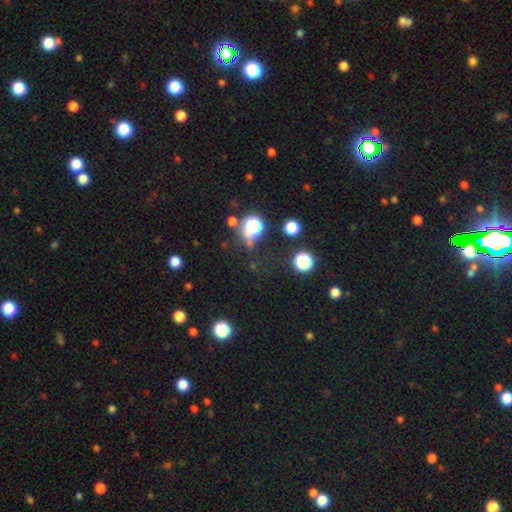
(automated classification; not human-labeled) smooth-or-featured: star or artifact: 62% | smooth: 29% | featured or disk: 10%